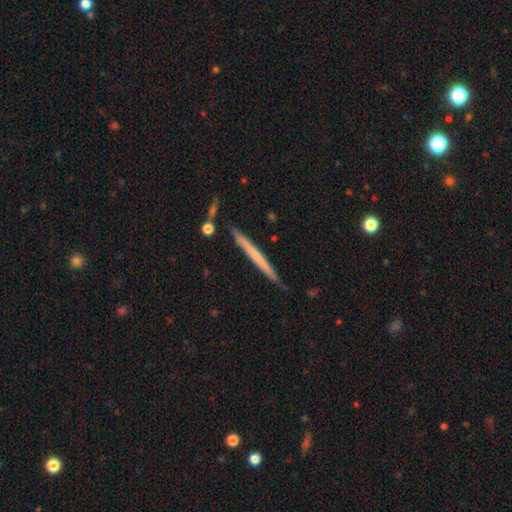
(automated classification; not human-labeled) Q: Smooth or featured?
A: featured or disk (47%); tied with: smooth (47%)
Q: Merging?
A: none (86%); runner-up: minor disturbance (9%)